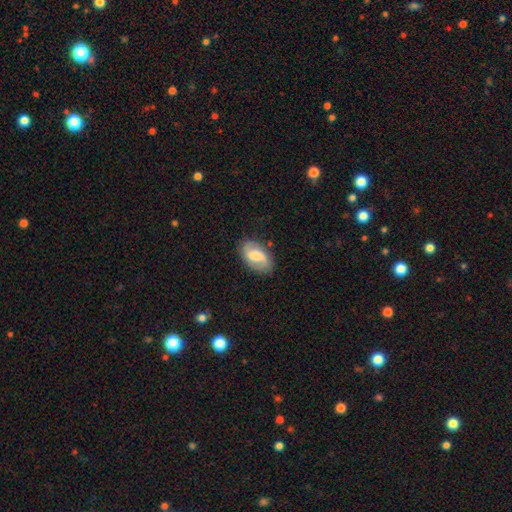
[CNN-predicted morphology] Overall: featured or disk (66%; smooth 28%). Edge-on disk: no (96%). Bar: weak (53%; no 31%). Spiral arms: yes (90%). Spiral arm count: 2 (88%). Spiral winding: medium (42%; loose 39%). Bulge size: moderate (54%; small 23%). Merging: none (82%).